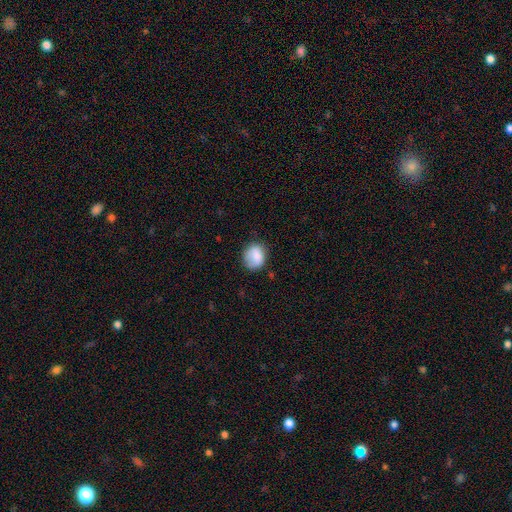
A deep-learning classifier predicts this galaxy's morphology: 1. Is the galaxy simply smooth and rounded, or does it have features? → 82% smooth, 10% featured or disk, 8% star or artifact.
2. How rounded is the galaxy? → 55% round, 44% in between, 1% cigar-shaped.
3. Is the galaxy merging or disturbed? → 68% none, 23% minor disturbance, 7% major disturbance, 2% merger.